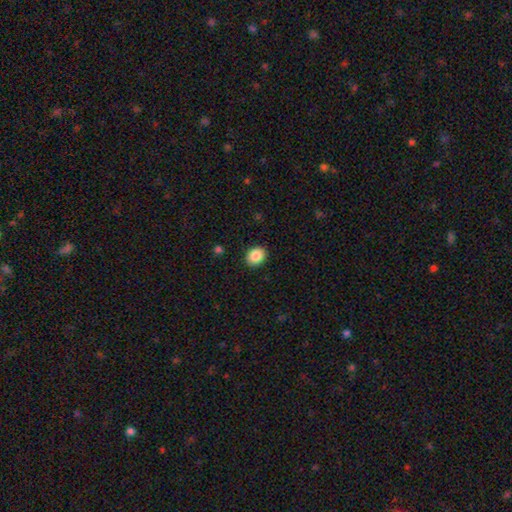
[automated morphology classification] A smooth galaxy with no disk features (87%) that is round (56%). Merging: none (91%).